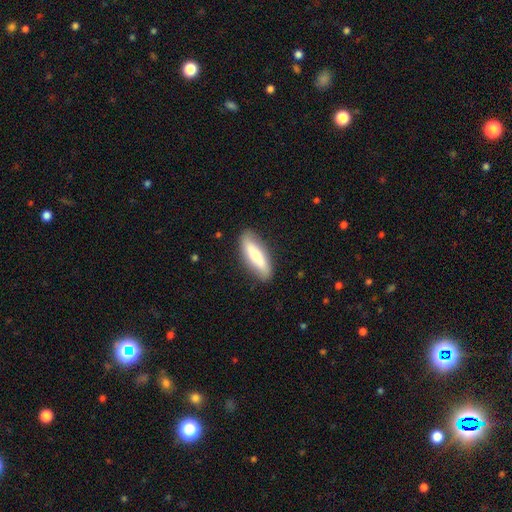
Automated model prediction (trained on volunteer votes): A smooth galaxy with no disk features (69%) that is cigar-shaped (57%). Merging: none (85%).